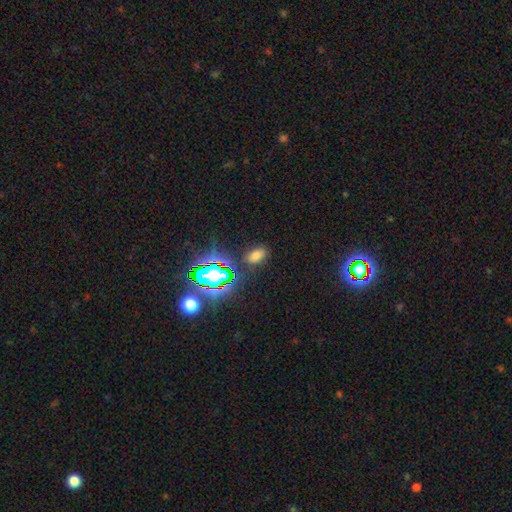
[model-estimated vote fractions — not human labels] This appears to be a smooth galaxy with no disk features (64%) that is in between round and cigar-shaped (89%). Merging: none (83%).